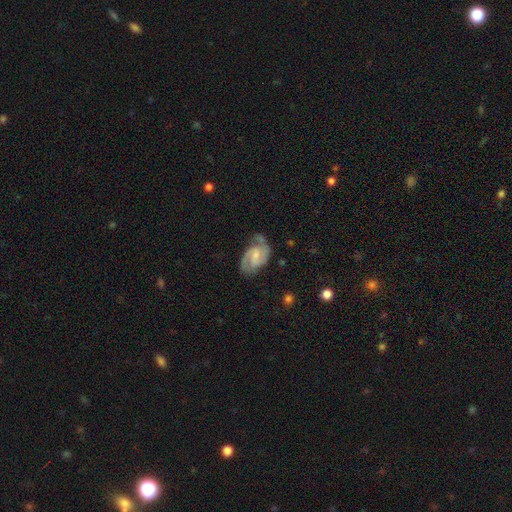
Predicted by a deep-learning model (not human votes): smooth-or-featured: featured or disk: 81% | smooth: 14% | star or artifact: 6%
  disk-edge-on: no: 97% | yes: 3%
    bar: weak: 53% | no: 33% | strong: 14%
    has-spiral-arms: yes: 95% | no: 5%
      spiral-winding: medium: 53% | tight: 31% | loose: 16%
      spiral-arm-count: 2: 87% | can't tell: 6% | 1: 3% | 3: 2% | 4: 1% | more than 4: 1%
    bulge-size: small: 40% | moderate: 34% | none: 20% | large: 5% | dominant: 1%
  merging: none: 64% | minor disturbance: 24% | major disturbance: 9% | merger: 3%